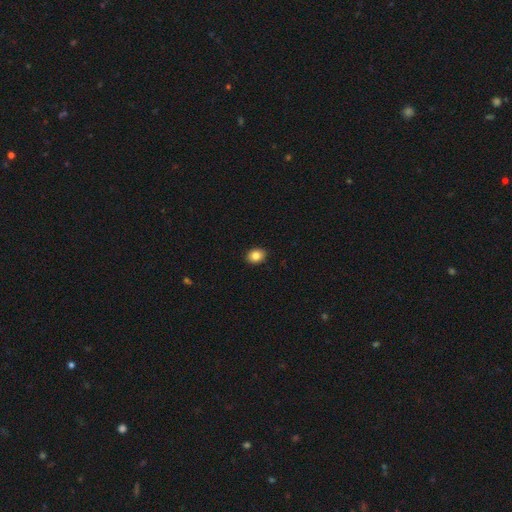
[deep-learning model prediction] Morphology: type=smooth (85%); roundness=in between (56%); merging=none (91%).